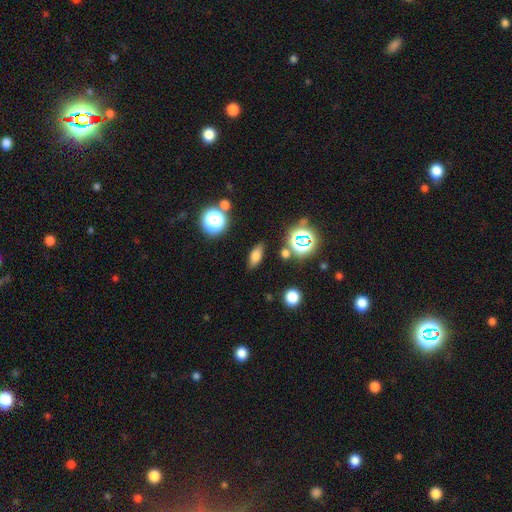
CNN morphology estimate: smooth 70%, star or artifact 17%, featured or disk 13%. Down the decision tree: how rounded — in between (73%); merging — none (83%).